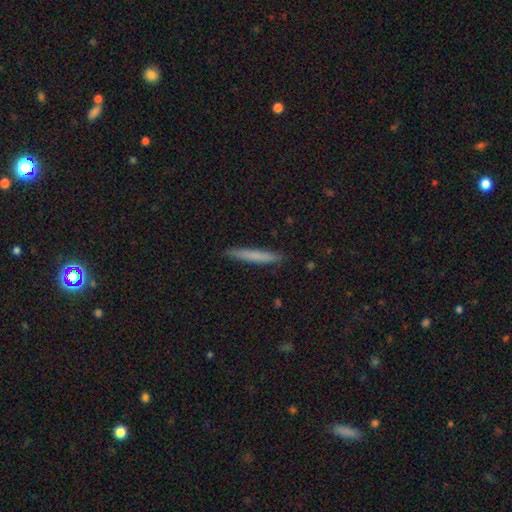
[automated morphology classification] This is likely a smooth galaxy (72%). How rounded: clearly cigar-shaped (96%). Merging: clearly none (90%).